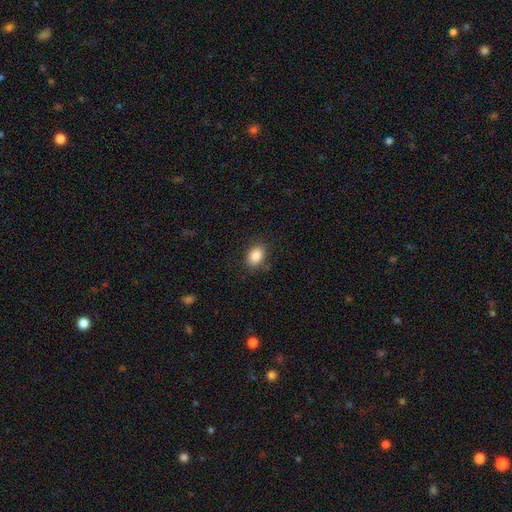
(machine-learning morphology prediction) This appears to be a smooth galaxy with no disk features (87%) that is in between round and cigar-shaped (77%). Merging: none (82%).